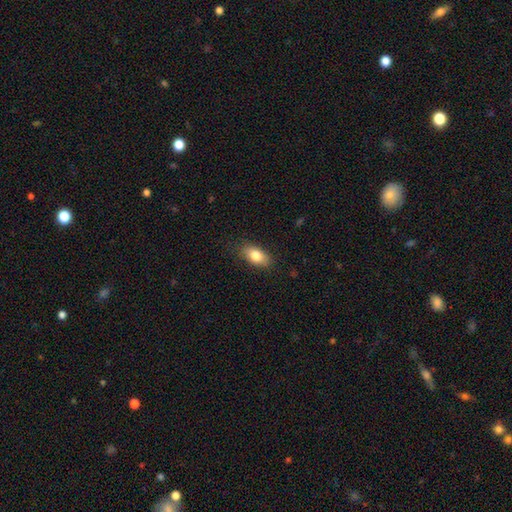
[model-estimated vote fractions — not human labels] smooth-or-featured: smooth: 81% | featured or disk: 11% | star or artifact: 7%
  how-rounded: in between: 90% | round: 6% | cigar-shaped: 4%
  merging: none: 83% | minor disturbance: 13% | major disturbance: 3% | merger: 1%